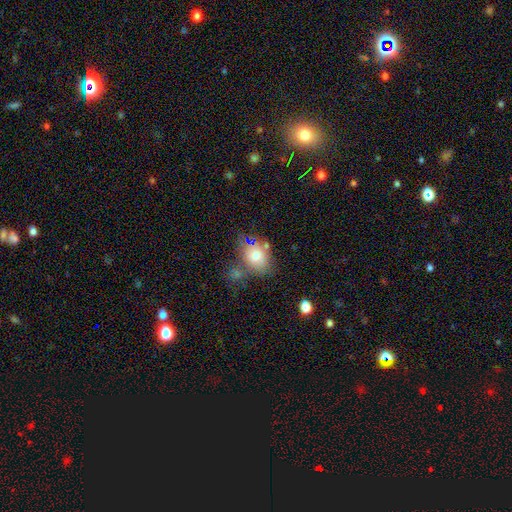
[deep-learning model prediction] smooth 73%, featured or disk 16%, star or artifact 11%. Down the decision tree: how rounded — in between (61%); merging — none (57%).